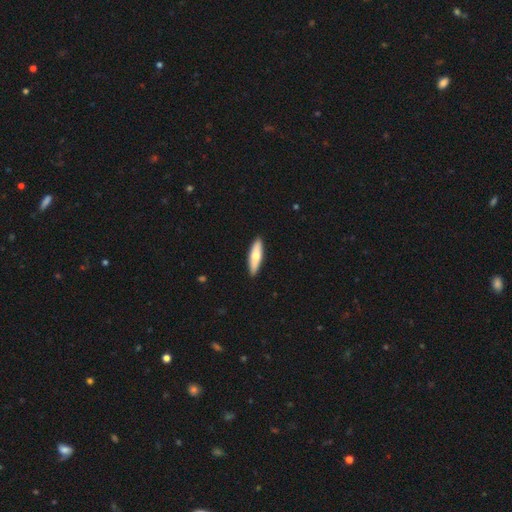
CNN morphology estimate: type=smooth (69%); roundness=cigar-shaped (68%); merging=none (91%).